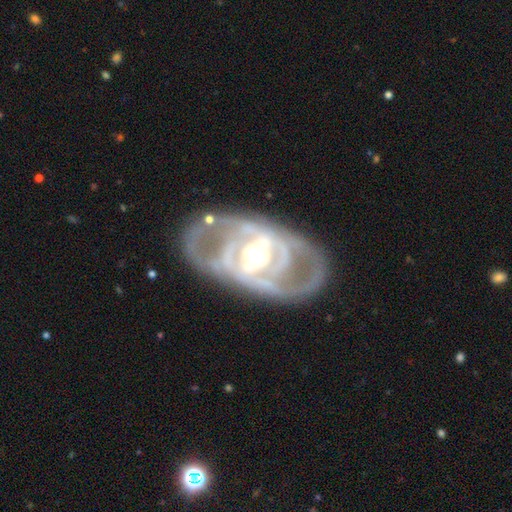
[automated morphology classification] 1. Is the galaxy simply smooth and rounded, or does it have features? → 87% featured or disk, 8% smooth, 5% star or artifact.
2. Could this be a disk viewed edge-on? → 93% no, 7% yes.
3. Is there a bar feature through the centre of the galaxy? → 40% strong, 33% weak, 27% no.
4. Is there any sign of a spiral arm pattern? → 77% yes, 23% no.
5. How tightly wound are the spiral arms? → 54% tight, 34% medium, 12% loose.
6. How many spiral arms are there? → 53% 2, 26% can't tell, 10% 3, 5% 1, 3% 4, 3% more than 4.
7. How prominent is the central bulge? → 70% moderate, 15% large, 12% small, 1% dominant, 1% none.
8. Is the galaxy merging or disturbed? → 70% none, 16% minor disturbance, 11% major disturbance, 3% merger.